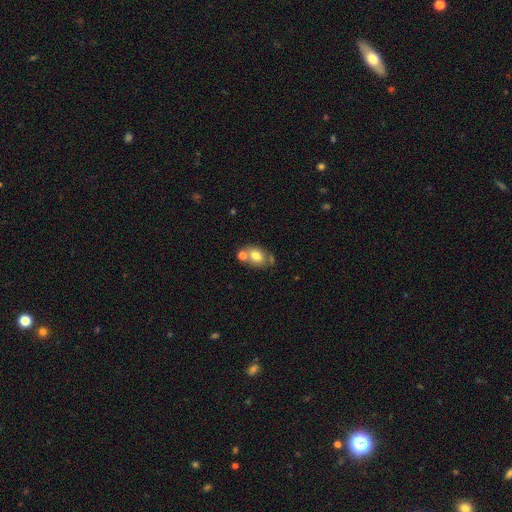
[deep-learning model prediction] This is likely a smooth galaxy (72%). How rounded: likely in between (68%). Merging: possibly none (49%).